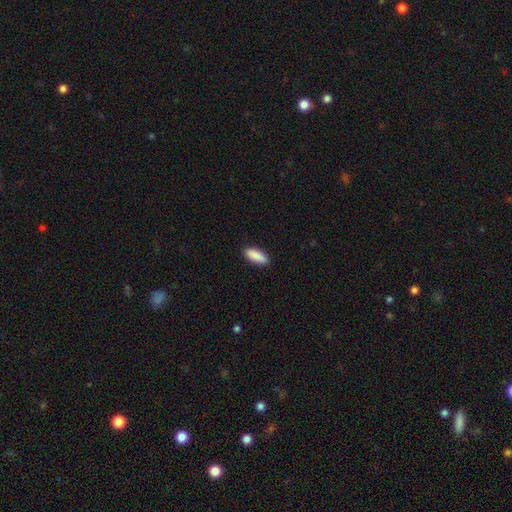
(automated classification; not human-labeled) This appears to be a smooth galaxy with no disk features (90%) that is in between round and cigar-shaped (65%). Merging: none (87%).